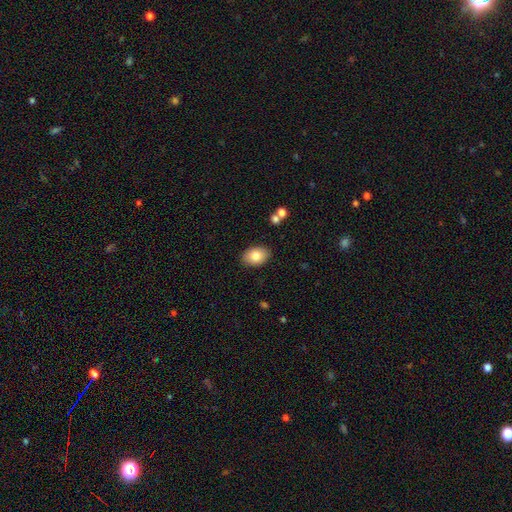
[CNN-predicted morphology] Smooth or featured? Predicted: smooth (p=0.81). How rounded? Predicted: in between (p=0.84). Merging? Predicted: none (p=0.87).